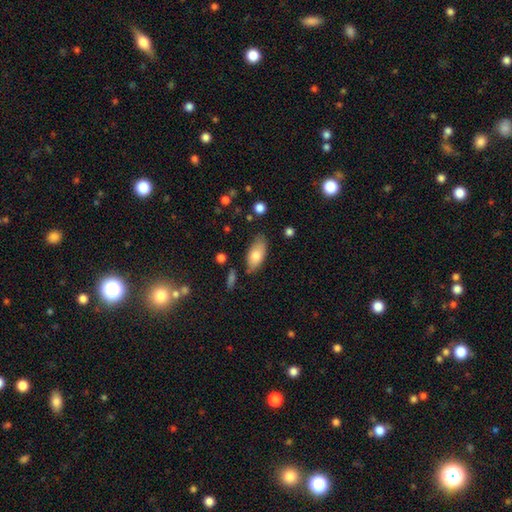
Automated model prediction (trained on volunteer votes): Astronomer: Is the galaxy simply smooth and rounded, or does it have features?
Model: smooth — 76%.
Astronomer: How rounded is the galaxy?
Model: in between — 89%.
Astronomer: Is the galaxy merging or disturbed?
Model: none — 74%.